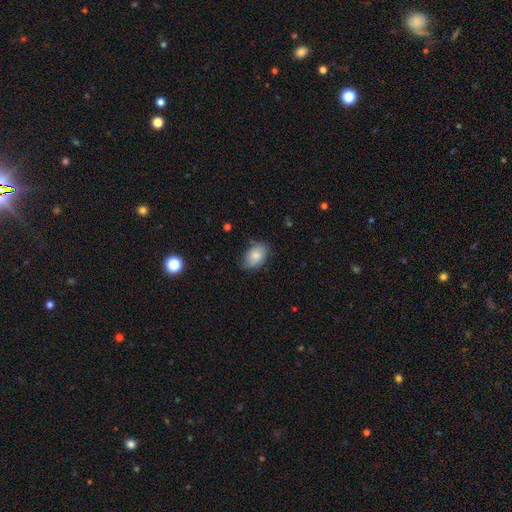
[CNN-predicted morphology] This appears to be a smooth galaxy with no disk features (78%) that is in between round and cigar-shaped (84%). Merging: none (64%).